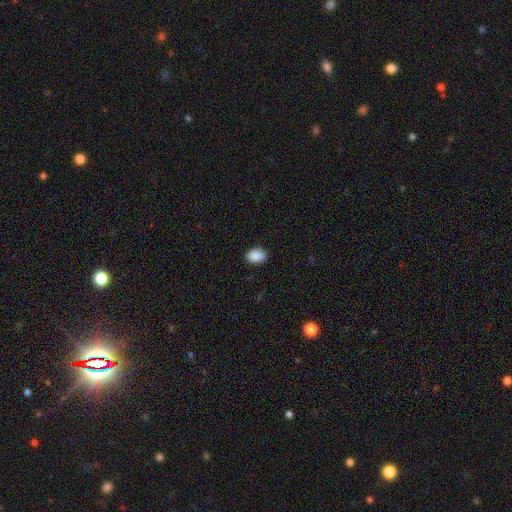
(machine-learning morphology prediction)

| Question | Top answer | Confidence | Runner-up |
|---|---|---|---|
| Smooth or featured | smooth | 90% | star or artifact (8%) |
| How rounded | in between | 84% | round (15%) |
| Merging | none | 87% | minor disturbance (10%) |